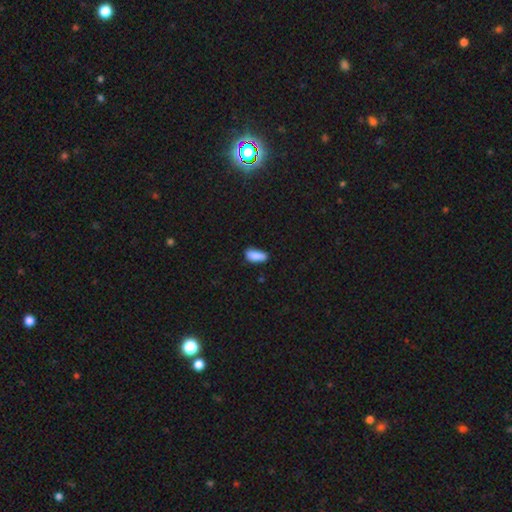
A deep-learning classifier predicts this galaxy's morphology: Smooth or featured?
  - smooth: 85% *
  - star or artifact: 8%
  - featured or disk: 7%
How rounded?
  - in between: 84% *
  - cigar-shaped: 13%
  - round: 3%
Merging?
  - none: 60% *
  - minor disturbance: 30%
  - major disturbance: 6%
  - merger: 4%